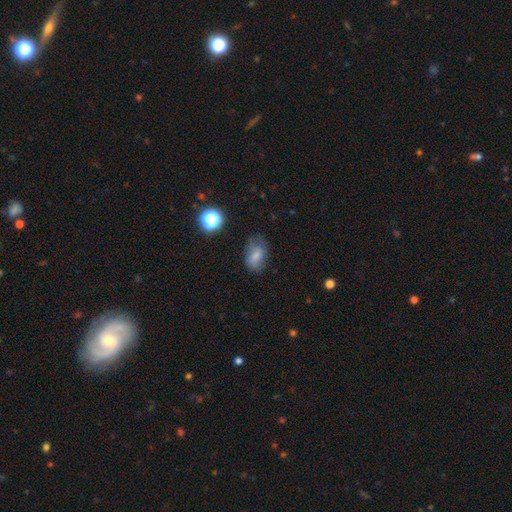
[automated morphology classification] This is likely a smooth galaxy (69%). How rounded: clearly in between (83%). Merging: possibly none (58%).